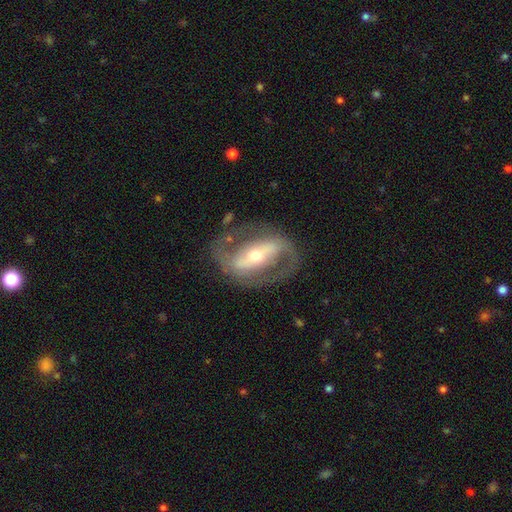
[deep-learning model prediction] Smooth or featured?
  - featured or disk: 84% *
  - smooth: 11%
  - star or artifact: 5%
Edge-on disk?
  - no: 93% *
  - yes: 7%
Bar?
  - strong: 62% *
  - weak: 22%
  - no: 16%
Spiral arms?
  - yes: 75% *
  - no: 25%
Spiral winding?
  - medium: 50% *
  - tight: 26%
  - loose: 25%
Spiral arm count?
  - 2: 86% *
  - can't tell: 7%
  - 1: 4%
  - 3: 1%
  - 4: 1%
  - more than 4: 1%
Bulge size?
  - moderate: 56% *
  - small: 37%
  - large: 5%
  - dominant: 1%
  - none: 1%
Merging?
  - none: 74% *
  - minor disturbance: 13%
  - major disturbance: 11%
  - merger: 2%